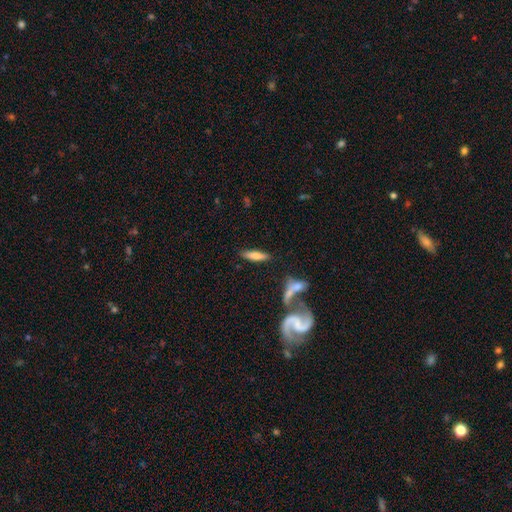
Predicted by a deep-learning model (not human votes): Morphology: type=smooth (63%); roundness=cigar-shaped (69%); merging=none (79%).